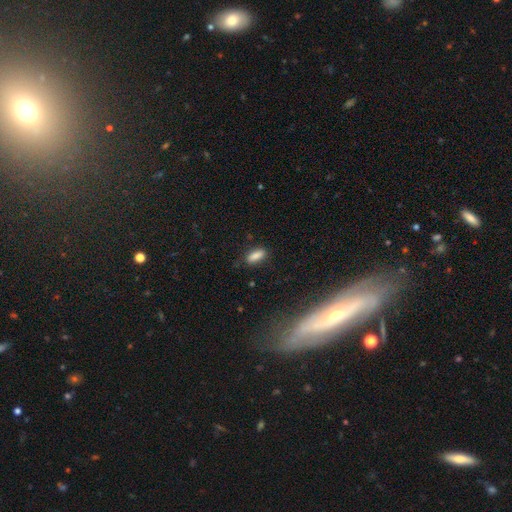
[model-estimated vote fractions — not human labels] Smooth or featured: smooth — 85% (star or artifact — 9%)
How rounded: in between — 73% (cigar-shaped — 24%)
Merging: none — 78% (minor disturbance — 16%)